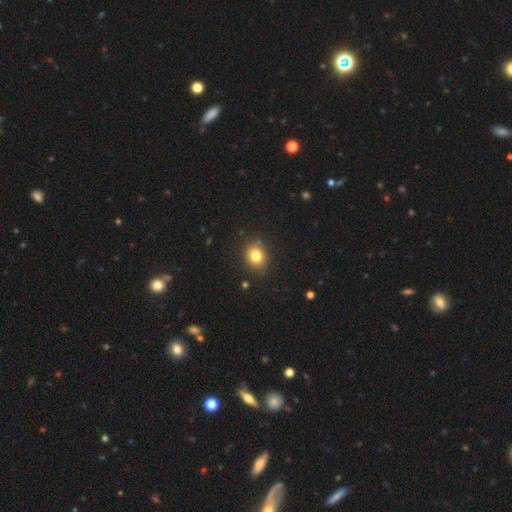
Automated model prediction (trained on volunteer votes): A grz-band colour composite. It shows a smooth galaxy with no disk features (81%) that is round (56%). Merging: none (84%).